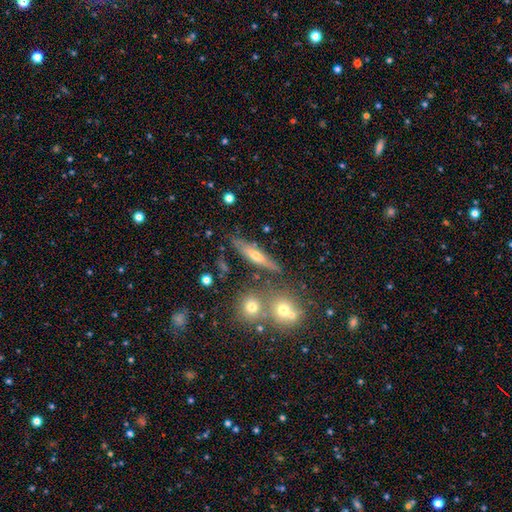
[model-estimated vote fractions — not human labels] Smooth or featured? featured or disk (54%)
Edge-on disk? yes (82%)
Merging? none (74%)